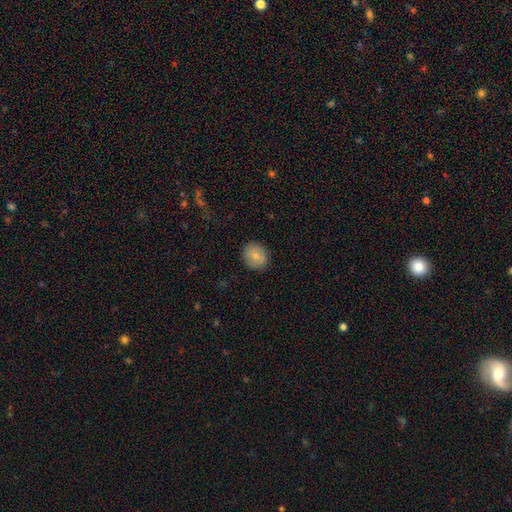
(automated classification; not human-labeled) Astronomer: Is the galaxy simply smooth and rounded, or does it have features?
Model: smooth — 80%.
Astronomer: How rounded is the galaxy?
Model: round — 74%.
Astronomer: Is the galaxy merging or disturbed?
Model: none — 88%.